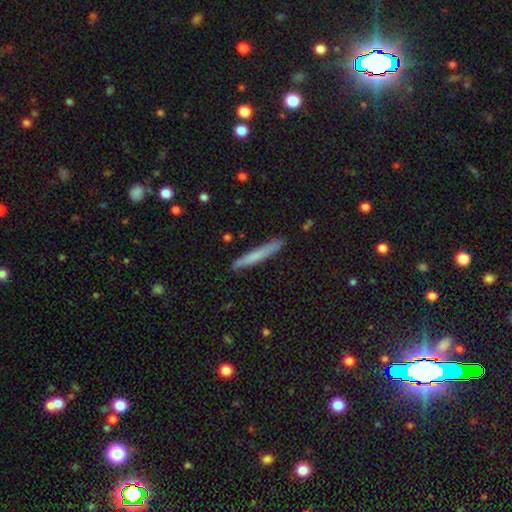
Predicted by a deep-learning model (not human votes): The model was most divided on "smooth or featured": smooth: 69%, featured or disk: 25%, star or artifact: 6%. More confident: how rounded — cigar-shaped (96%); merging — none (87%).